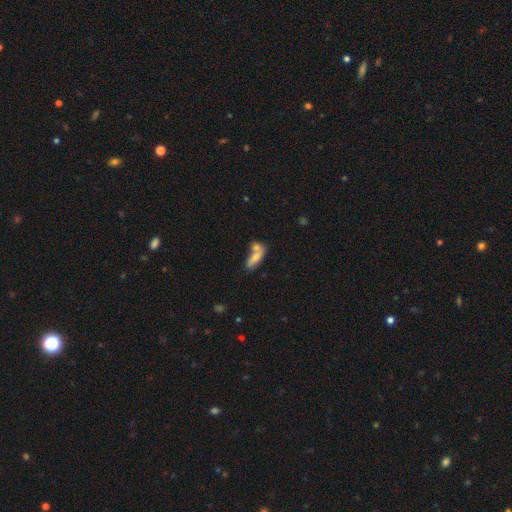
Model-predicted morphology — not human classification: Smooth or featured? Predicted: smooth (p=0.72). How rounded? Predicted: in between (p=0.70). Merging? Predicted: merger (p=0.52).